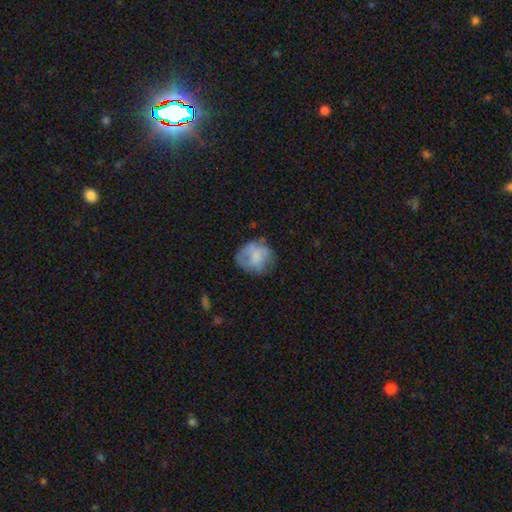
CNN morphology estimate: This appears to be a smooth galaxy with no disk features (62%) that is round (74%). Merging: none (56%).